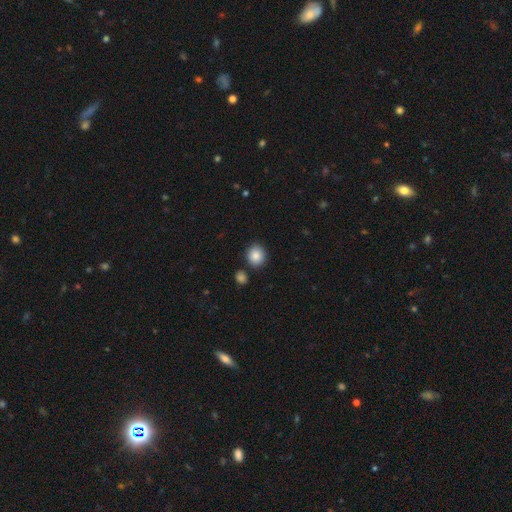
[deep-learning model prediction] smooth 87%, star or artifact 8%, featured or disk 5%. Down the decision tree: how rounded — round (82%); merging — none (85%).